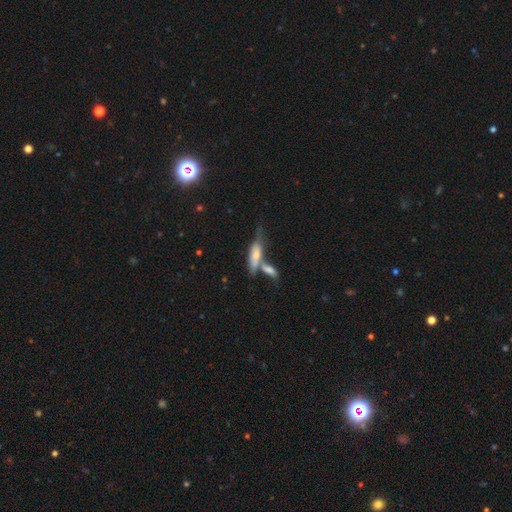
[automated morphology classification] This is possibly a smooth galaxy (56%). How rounded: possibly cigar-shaped (53%). Merging: marginally merger (42%).